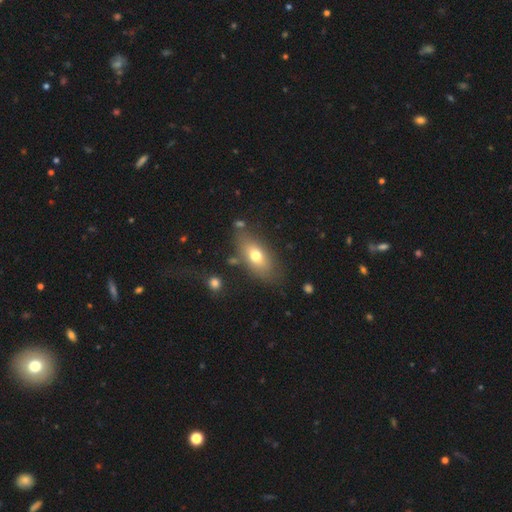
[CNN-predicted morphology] Smooth or featured?
  - smooth: 68% *
  - featured or disk: 23%
  - star or artifact: 9%
How rounded?
  - in between: 81% *
  - cigar-shaped: 11%
  - round: 8%
Merging?
  - none: 73% *
  - minor disturbance: 15%
  - major disturbance: 6%
  - merger: 5%